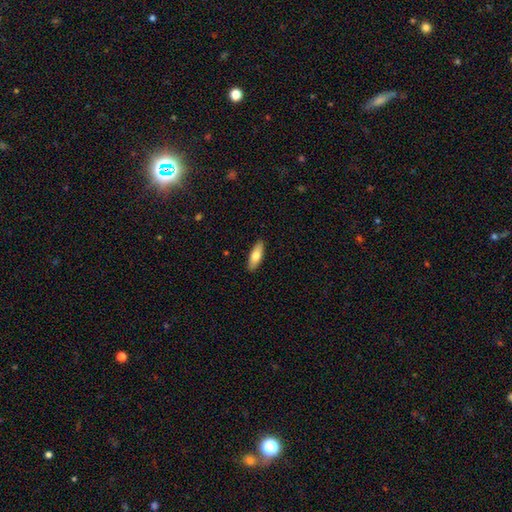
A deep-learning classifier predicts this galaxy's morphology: type=smooth (73%); roundness=in between (61%); merging=none (90%).